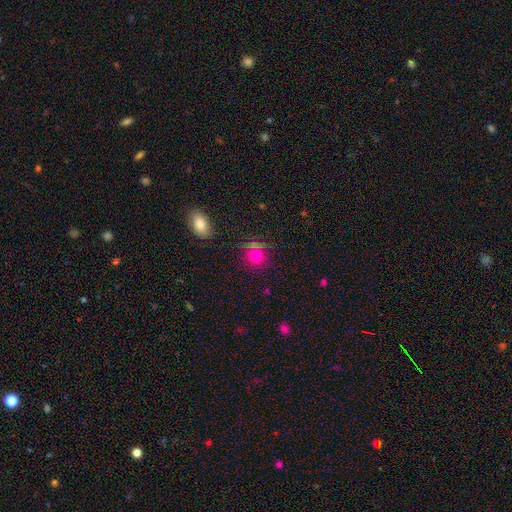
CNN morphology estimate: Smooth or featured: smooth — 75% (star or artifact — 16%)
How rounded: round — 87% (in between — 12%)
Merging: none — 76% (minor disturbance — 12%)